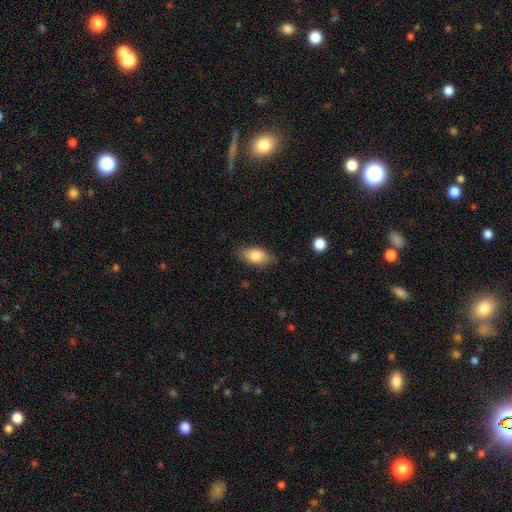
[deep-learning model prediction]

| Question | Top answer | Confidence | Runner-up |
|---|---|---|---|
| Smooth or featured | smooth | 83% | featured or disk (10%) |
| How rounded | in between | 90% | cigar-shaped (5%) |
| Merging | none | 80% | minor disturbance (16%) |